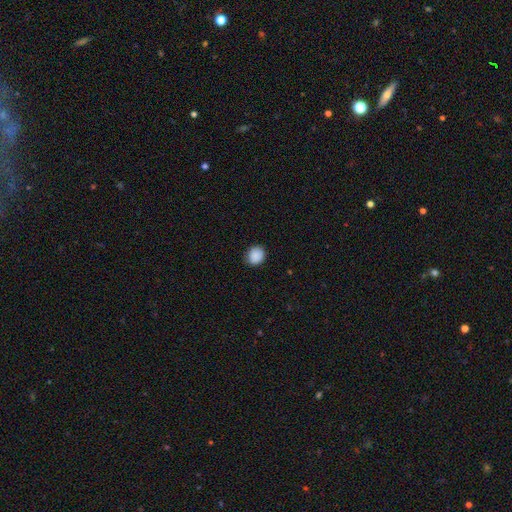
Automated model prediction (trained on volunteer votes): This is clearly a smooth galaxy (90%). How rounded: likely round (71%). Merging: clearly none (87%).